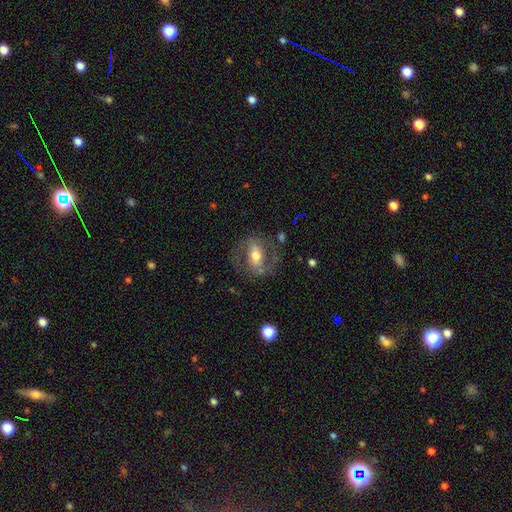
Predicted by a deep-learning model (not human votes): smooth-or-featured: featured or disk: 76% | smooth: 17% | star or artifact: 7%
  disk-edge-on: no: 95% | yes: 5%
    bar: strong: 41% | weak: 37% | no: 22%
    has-spiral-arms: yes: 84% | no: 16%
      spiral-winding: medium: 56% | loose: 22% | tight: 21%
      spiral-arm-count: 2: 89% | can't tell: 5% | 1: 3% | 3: 1% | 4: 1% | more than 4: 1%
    bulge-size: moderate: 66% | small: 16% | large: 15% | dominant: 2% | none: 1%
  merging: none: 73% | minor disturbance: 14% | major disturbance: 11% | merger: 2%